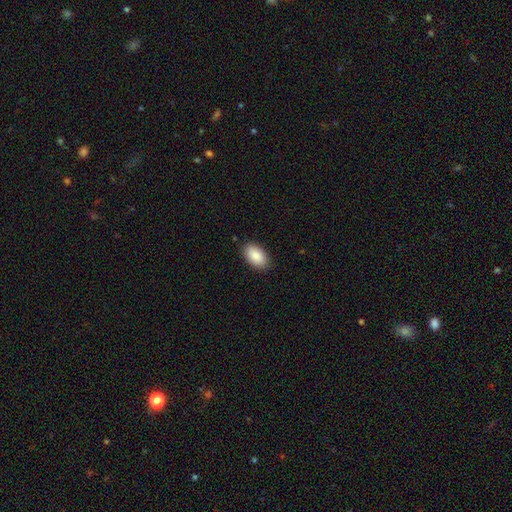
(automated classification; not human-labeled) Morphology: type=smooth (89%); roundness=in between (95%); merging=none (87%).